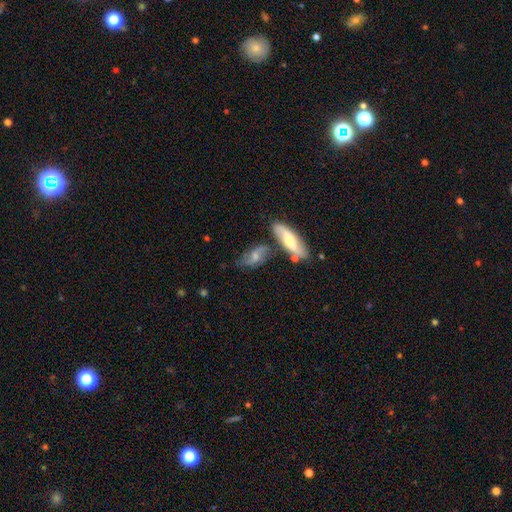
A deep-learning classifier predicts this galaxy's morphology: Smooth or featured: featured or disk — 53% (smooth — 39%)
Edge-on disk: no — 83% (yes — 17%)
Merging: none — 49% (minor disturbance — 22%)